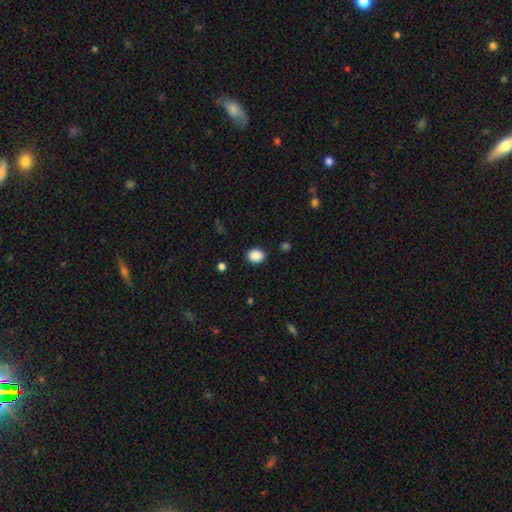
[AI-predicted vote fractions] smooth-or-featured: smooth: 88% | star or artifact: 9% | featured or disk: 3%
  how-rounded: round: 60% | in between: 39% | cigar-shaped: 1%
  merging: none: 90% | minor disturbance: 7% | major disturbance: 2% | merger: 1%